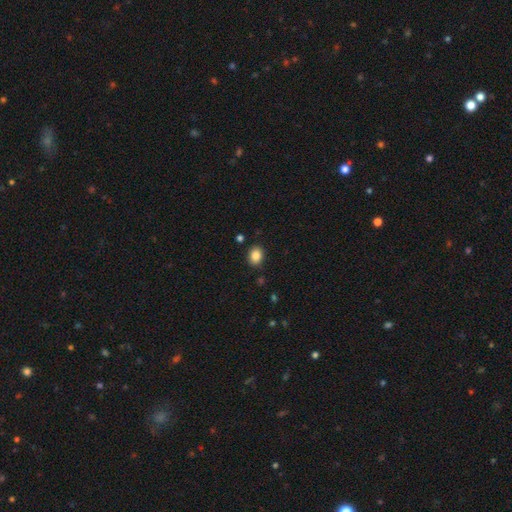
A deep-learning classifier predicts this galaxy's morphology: Smooth or featured? smooth (86%)
How rounded? in between (52%)
Merging? none (87%)